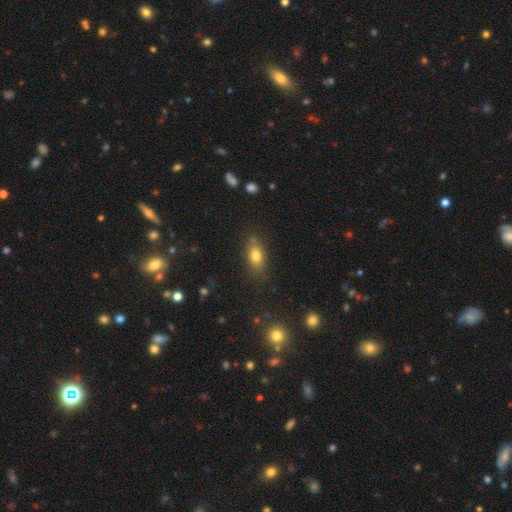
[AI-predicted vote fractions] A smooth galaxy with no disk features (76%) that is in between round and cigar-shaped (77%). Merging: none (76%).